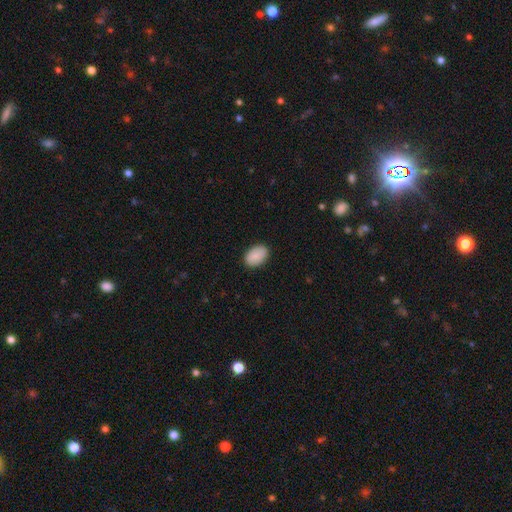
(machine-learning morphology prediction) This appears to be a smooth galaxy with no disk features (85%) that is in between round and cigar-shaped (88%). Merging: none (88%).